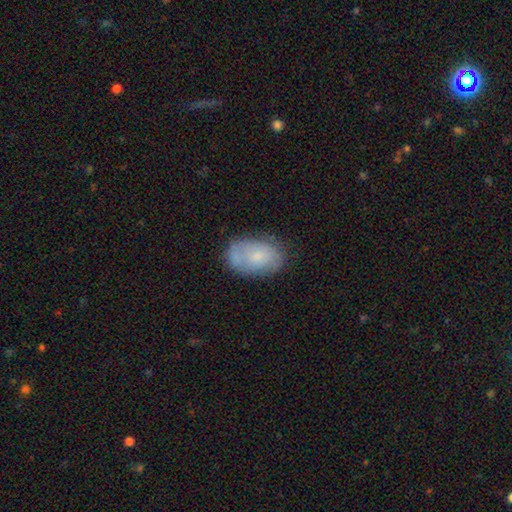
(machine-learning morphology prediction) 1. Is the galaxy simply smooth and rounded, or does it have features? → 66% smooth, 26% featured or disk, 8% star or artifact.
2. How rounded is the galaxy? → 89% in between, 9% round, 1% cigar-shaped.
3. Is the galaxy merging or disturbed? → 65% none, 24% minor disturbance, 7% major disturbance, 5% merger.